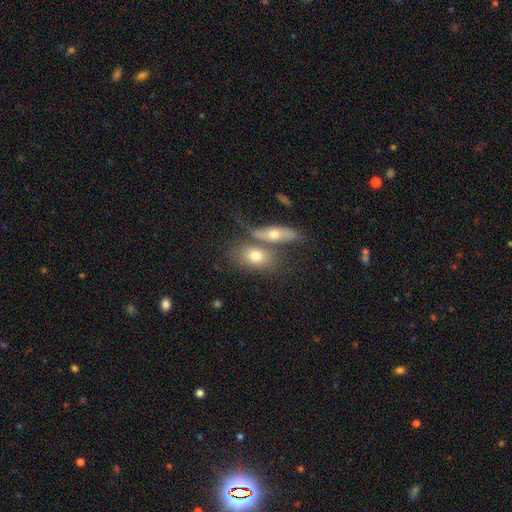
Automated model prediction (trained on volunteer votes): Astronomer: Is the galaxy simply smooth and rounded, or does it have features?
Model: smooth — 69%.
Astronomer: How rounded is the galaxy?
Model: in between — 79%.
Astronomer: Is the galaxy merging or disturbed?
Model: merger — 44% (runner-up: none, 40%).